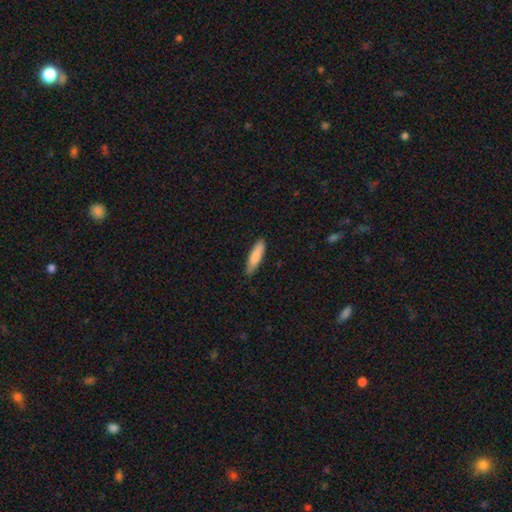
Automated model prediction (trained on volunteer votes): smooth 85%, featured or disk 10%, star or artifact 5%. Down the decision tree: how rounded — cigar-shaped (64%); merging — none (77%).